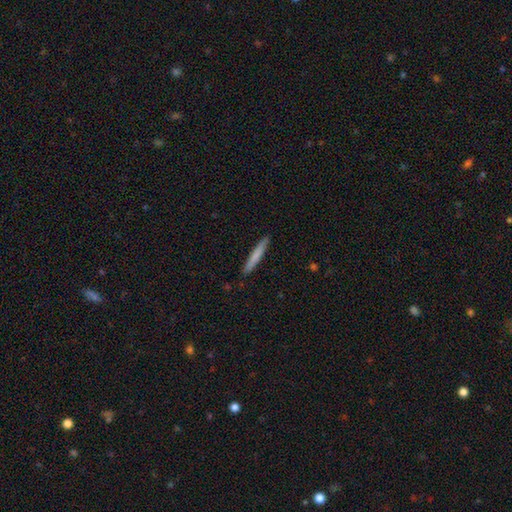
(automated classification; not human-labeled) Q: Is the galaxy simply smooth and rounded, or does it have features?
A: smooth — 74%.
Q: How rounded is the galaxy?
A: cigar-shaped — 96%.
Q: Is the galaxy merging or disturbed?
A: none — 91%.